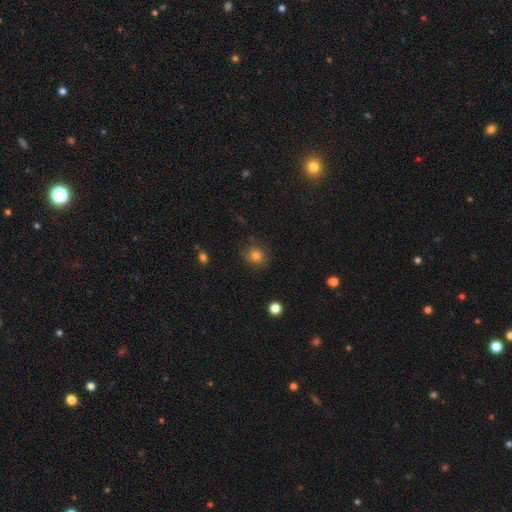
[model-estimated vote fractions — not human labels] Smooth or featured? Predicted: smooth (p=0.80). How rounded? Predicted: round (p=0.79). Merging? Predicted: none (p=0.79).